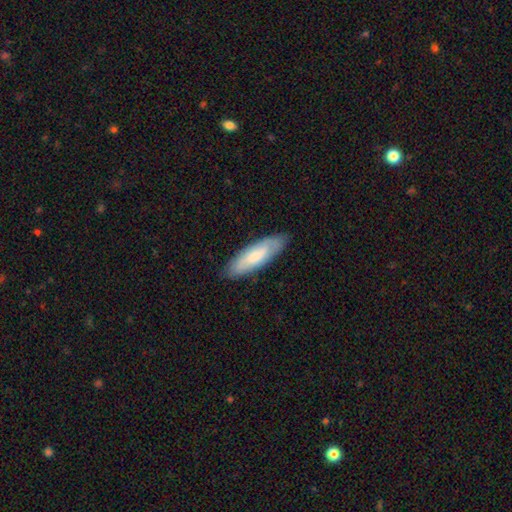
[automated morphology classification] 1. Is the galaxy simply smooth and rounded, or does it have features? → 67% smooth, 28% featured or disk, 5% star or artifact.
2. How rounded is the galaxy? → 51% cigar-shaped, 47% in between, 2% round.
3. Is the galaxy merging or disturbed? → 84% none, 13% minor disturbance, 2% major disturbance, 1% merger.